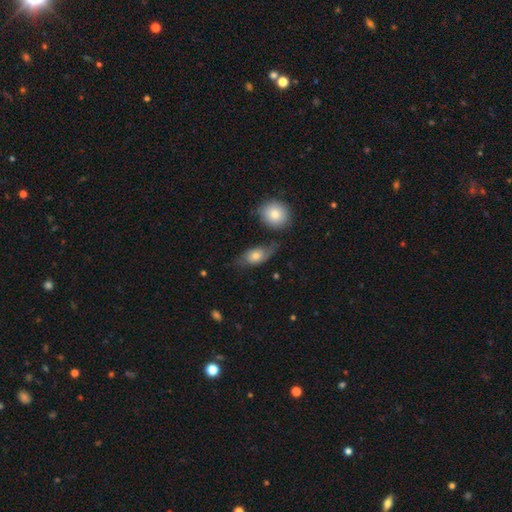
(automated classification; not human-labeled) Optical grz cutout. It shows a smooth galaxy with no disk features (65%) that is in between round and cigar-shaped (80%). Merging: none (49%).